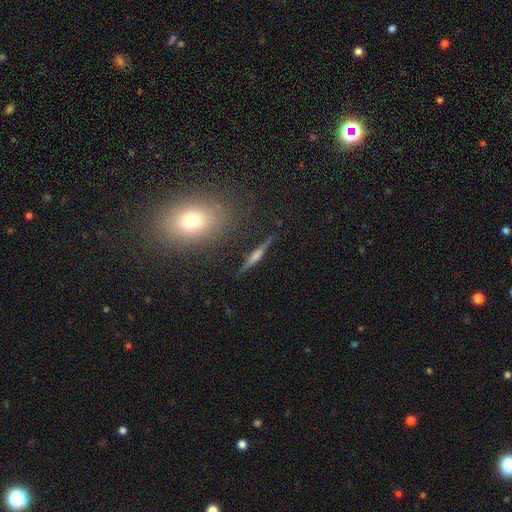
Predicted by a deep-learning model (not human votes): Smooth or featured? featured or disk (57%)
Edge-on disk? yes (94%)
Edge-on bulge? rounded (52%)
Merging? none (87%)